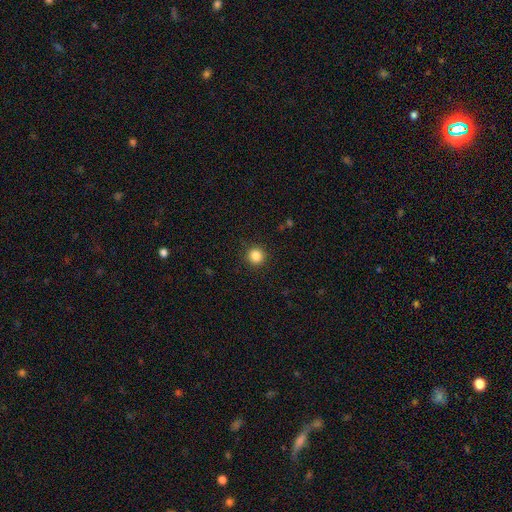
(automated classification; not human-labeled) This appears to be a smooth galaxy with no disk features (85%) that is round (95%). Merging: none (92%).